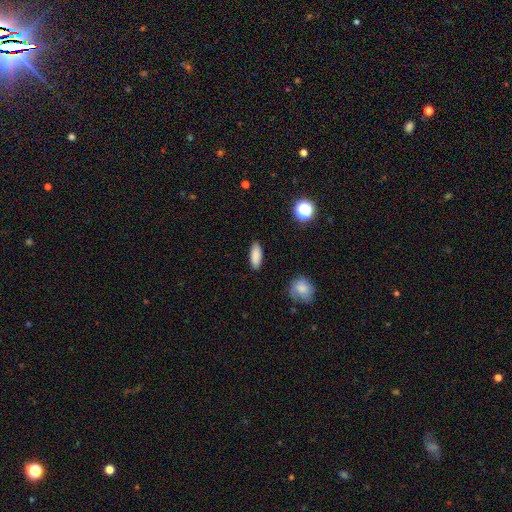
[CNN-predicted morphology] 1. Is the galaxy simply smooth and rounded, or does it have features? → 87% smooth, 7% star or artifact, 5% featured or disk.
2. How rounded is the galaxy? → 70% in between, 27% cigar-shaped, 3% round.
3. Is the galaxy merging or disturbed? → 89% none, 8% minor disturbance, 2% major disturbance, 1% merger.